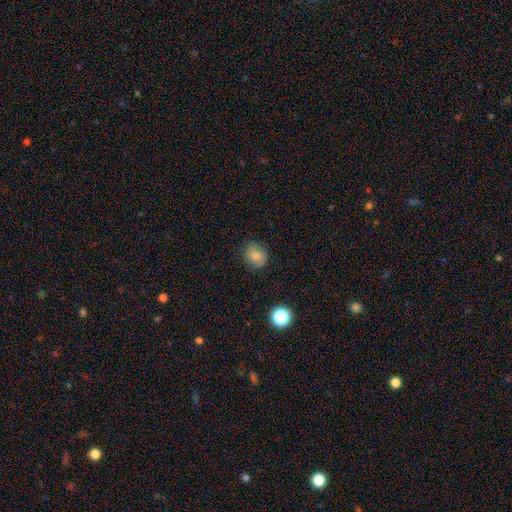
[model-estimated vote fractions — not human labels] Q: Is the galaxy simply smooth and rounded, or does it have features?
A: smooth — 81%.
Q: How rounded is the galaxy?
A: round — 72%.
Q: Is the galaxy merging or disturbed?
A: none — 83%.